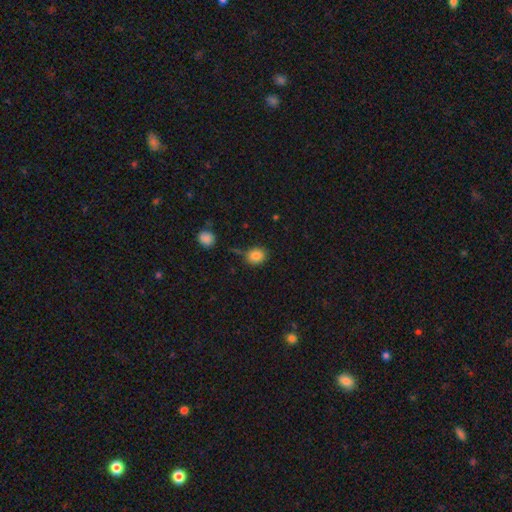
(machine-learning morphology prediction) Smooth or featured? smooth (85%)
How rounded? round (64%)
Merging? none (76%)